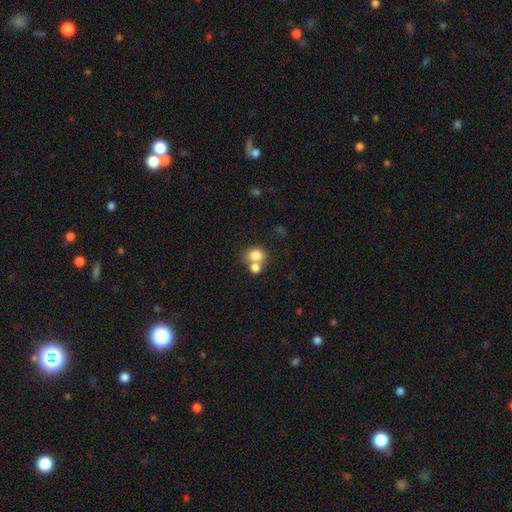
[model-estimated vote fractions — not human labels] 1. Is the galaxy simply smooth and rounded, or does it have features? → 79% smooth, 10% featured or disk, 10% star or artifact.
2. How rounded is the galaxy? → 64% round, 35% in between, 1% cigar-shaped.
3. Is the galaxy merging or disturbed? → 44% merger (tied), 44% none (tied), 9% minor disturbance, 4% major disturbance.